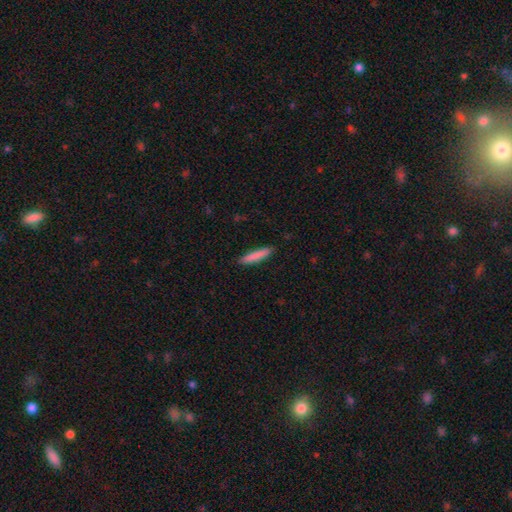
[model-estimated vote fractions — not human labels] Q: Smooth or featured?
A: smooth (85%); runner-up: featured or disk (9%)
Q: How rounded?
A: cigar-shaped (89%); runner-up: in between (10%)
Q: Merging?
A: none (89%); runner-up: minor disturbance (8%)